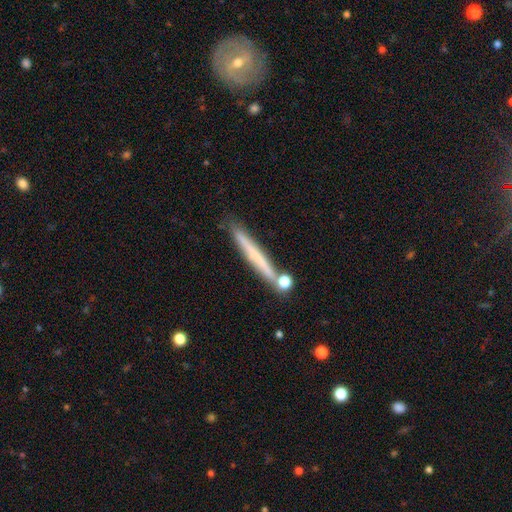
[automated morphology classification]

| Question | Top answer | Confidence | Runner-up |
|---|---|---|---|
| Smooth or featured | smooth | 55% | featured or disk (38%) |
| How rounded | cigar-shaped | 96% | in between (3%) |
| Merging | none | 79% | minor disturbance (11%) |